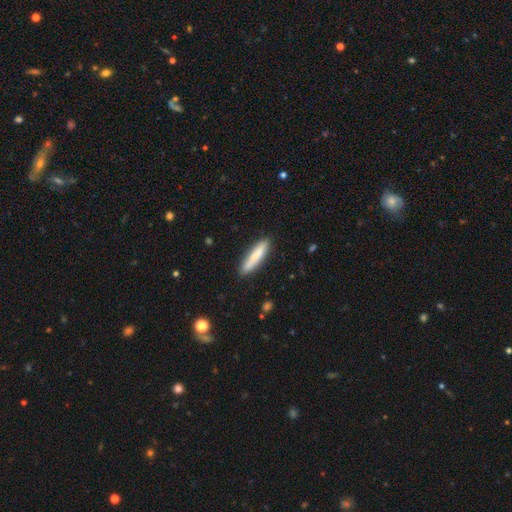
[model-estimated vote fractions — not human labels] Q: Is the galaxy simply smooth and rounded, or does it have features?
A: smooth — 78%.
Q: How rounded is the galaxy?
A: cigar-shaped — 85%.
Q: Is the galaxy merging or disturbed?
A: none — 85%.